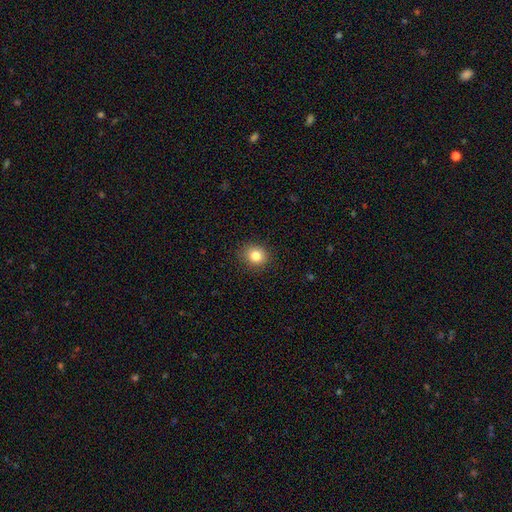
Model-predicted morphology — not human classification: Smooth or featured? smooth (83%)
How rounded? round (75%)
Merging? none (89%)